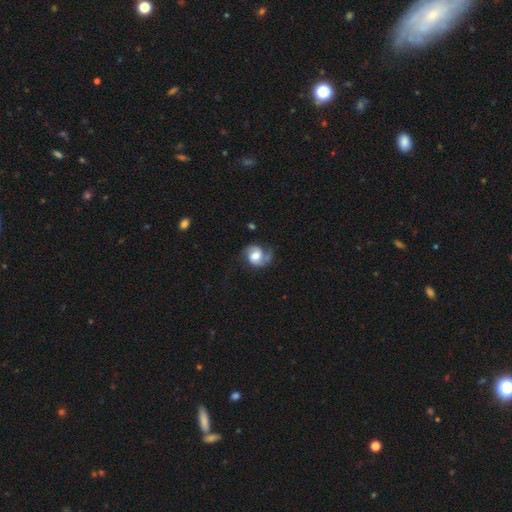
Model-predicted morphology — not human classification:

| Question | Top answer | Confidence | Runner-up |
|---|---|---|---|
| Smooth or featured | featured or disk | 72% | smooth (21%) |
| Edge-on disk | no | 98% | yes (2%) |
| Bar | no | 55% | weak (35%) |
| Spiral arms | yes | 94% | no (6%) |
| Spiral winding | medium | 47% | loose (29%) |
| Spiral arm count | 2 | 74% | 1 (19%) |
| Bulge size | moderate | 49% | large (32%) |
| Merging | none | 60% | minor disturbance (22%) |